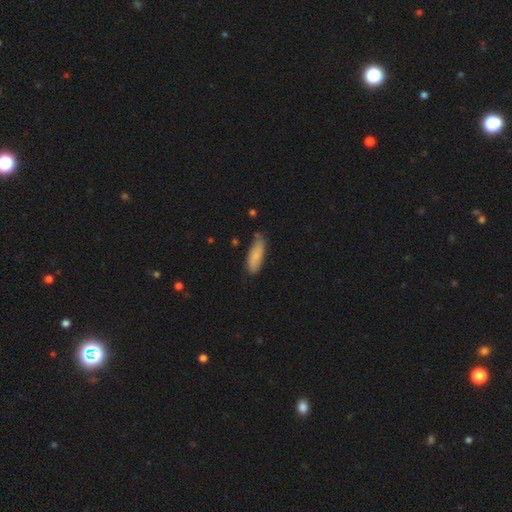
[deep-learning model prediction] smooth_or_featured: smooth (p=0.80) [alt: featured or disk p=0.14]
how_rounded: in between (p=0.57) [alt: cigar-shaped p=0.41]
merging: none (p=0.72) [alt: minor disturbance p=0.22]